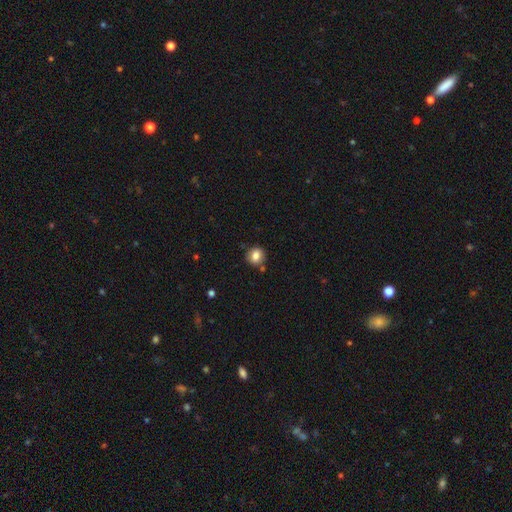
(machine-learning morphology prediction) This appears to be a smooth galaxy with no disk features (82%) that is round (80%). Merging: none (81%).